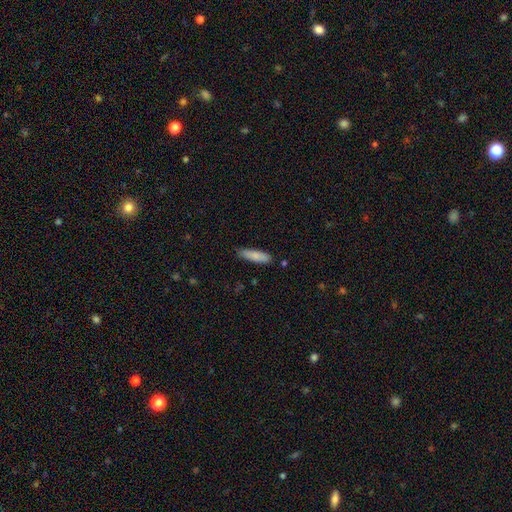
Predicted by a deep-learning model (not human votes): Overall: smooth (83%). How rounded: cigar-shaped (64%; in between 34%). Merging: none (80%).